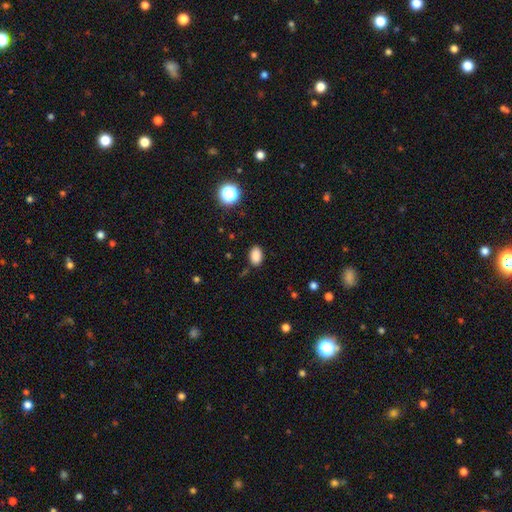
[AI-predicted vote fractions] smooth-or-featured: smooth: 86% | star or artifact: 11% | featured or disk: 4%
  how-rounded: in between: 86% | round: 13% | cigar-shaped: 1%
  merging: none: 82% | minor disturbance: 13% | major disturbance: 3% | merger: 2%